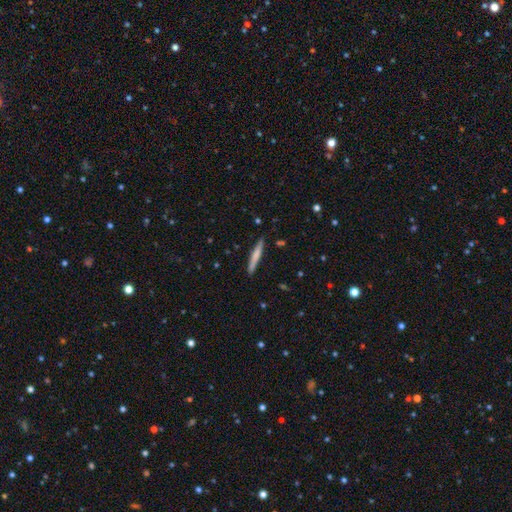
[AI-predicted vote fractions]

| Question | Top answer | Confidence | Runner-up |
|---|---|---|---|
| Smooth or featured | smooth | 65% | featured or disk (29%) |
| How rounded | cigar-shaped | 96% | in between (3%) |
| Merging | none | 88% | minor disturbance (9%) |